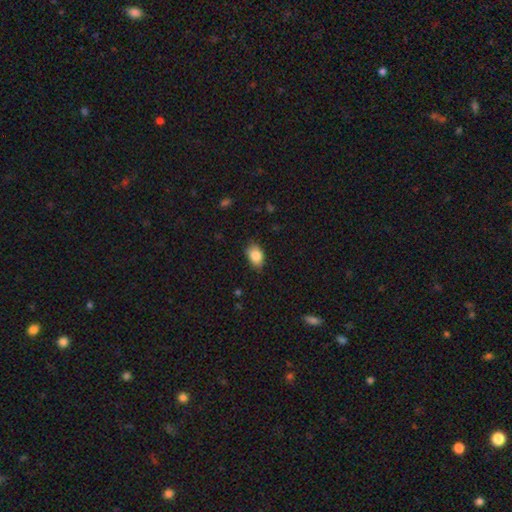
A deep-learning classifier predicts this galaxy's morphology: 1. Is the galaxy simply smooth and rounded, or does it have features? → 86% smooth, 8% star or artifact, 7% featured or disk.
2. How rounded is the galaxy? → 85% in between, 13% round, 2% cigar-shaped.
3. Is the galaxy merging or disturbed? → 80% none, 16% minor disturbance, 3% major disturbance, 1% merger.